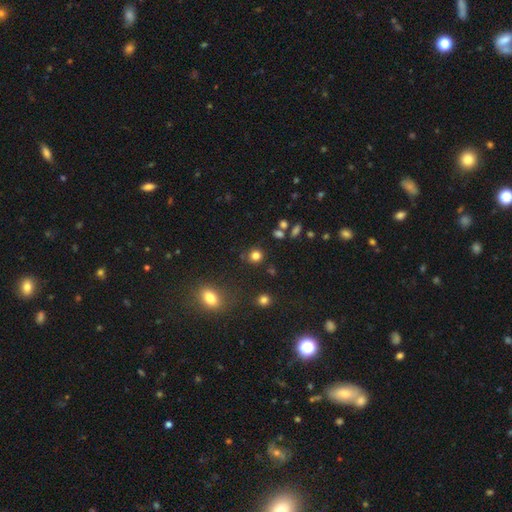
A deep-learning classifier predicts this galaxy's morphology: Overall: smooth (80%). How rounded: round (88%). Merging: none (84%).